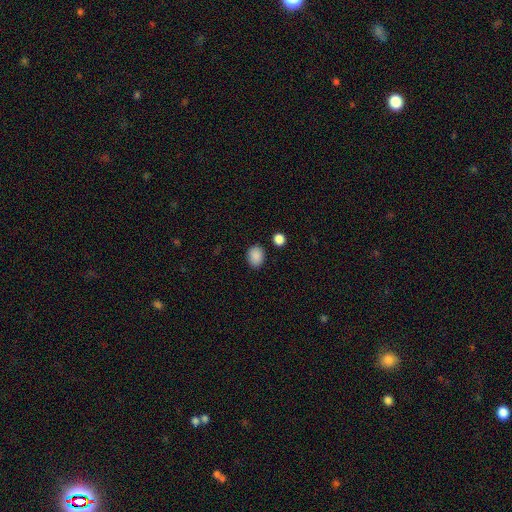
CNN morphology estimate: Q: Smooth or featured?
A: smooth (88%); runner-up: star or artifact (9%)
Q: How rounded?
A: in between (60%); runner-up: round (39%)
Q: Merging?
A: none (84%); runner-up: minor disturbance (10%)